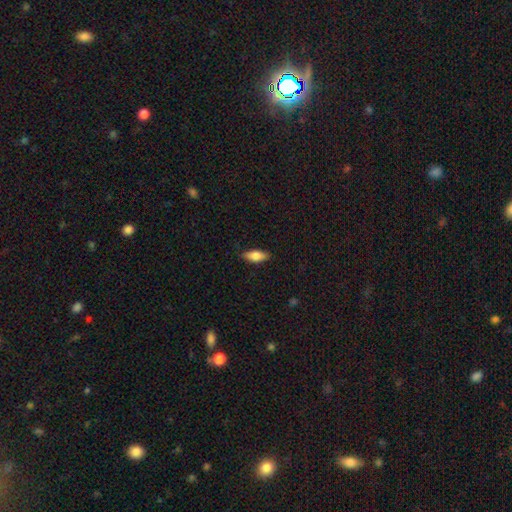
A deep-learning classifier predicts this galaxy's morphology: Q: Smooth or featured?
A: smooth (78%); runner-up: featured or disk (16%)
Q: How rounded?
A: in between (75%); runner-up: cigar-shaped (23%)
Q: Merging?
A: none (84%); runner-up: minor disturbance (12%)